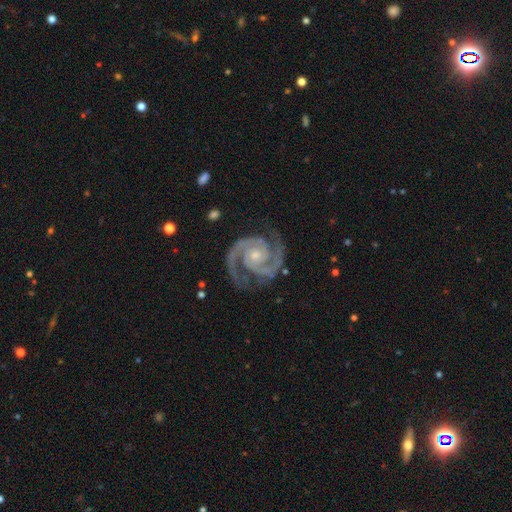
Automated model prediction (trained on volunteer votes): smooth-or-featured: featured or disk: 94% | star or artifact: 4% | smooth: 2%
  disk-edge-on: no: 98% | yes: 2%
    bar: no: 69% | weak: 23% | strong: 8%
    has-spiral-arms: yes: 99% | no: 1%
      spiral-winding: tight: 57% | medium: 40% | loose: 4%
      spiral-arm-count: 2: 92% | 3: 3% | can't tell: 1% | 4: 1% | 1: 1% | more than 4: 1%
    bulge-size: small: 53% | moderate: 42% | none: 3% | large: 2% | dominant: 1%
  merging: none: 82% | minor disturbance: 13% | major disturbance: 4% | merger: 1%